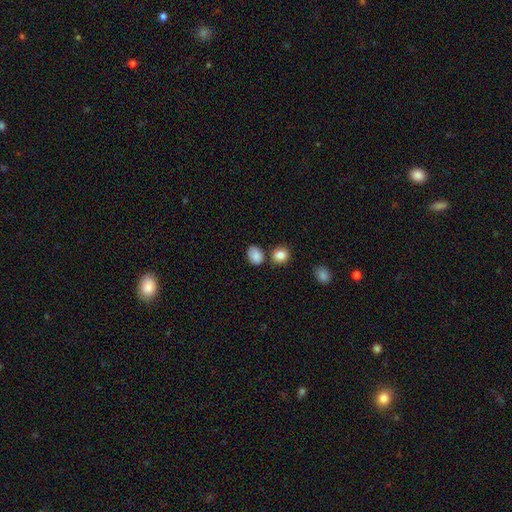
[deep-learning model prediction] smooth_or_featured: smooth (p=0.86) [alt: star or artifact p=0.09]
how_rounded: in between (p=0.62) [alt: round p=0.37]
merging: none (p=0.69) [alt: minor disturbance p=0.16]